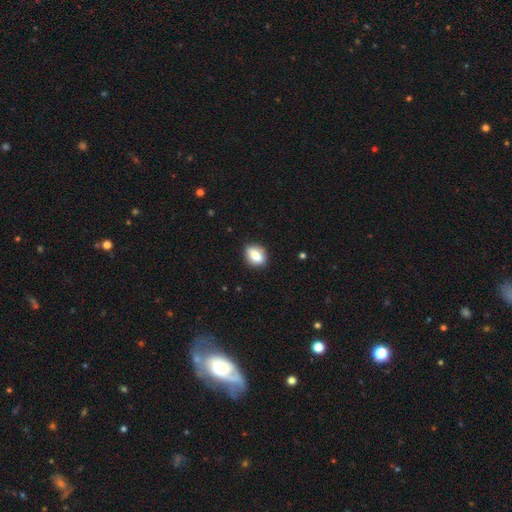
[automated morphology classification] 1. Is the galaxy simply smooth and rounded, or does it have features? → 77% smooth, 15% featured or disk, 8% star or artifact.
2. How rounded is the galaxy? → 68% in between, 27% round, 5% cigar-shaped.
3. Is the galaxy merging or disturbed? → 82% none, 13% minor disturbance, 3% major disturbance, 2% merger.